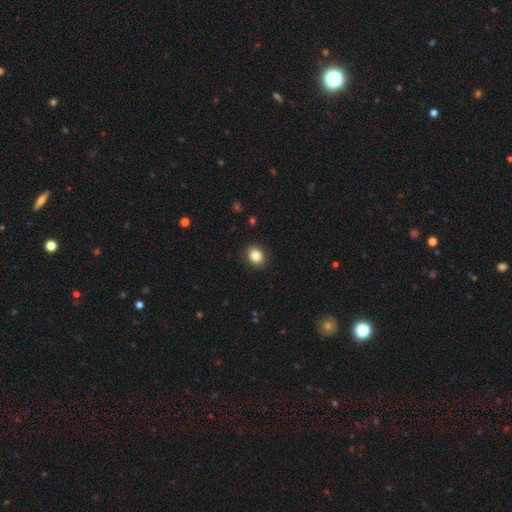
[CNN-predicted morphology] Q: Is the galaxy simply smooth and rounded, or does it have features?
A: smooth — 84%.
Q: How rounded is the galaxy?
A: round — 66%.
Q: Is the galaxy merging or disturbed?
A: none — 90%.